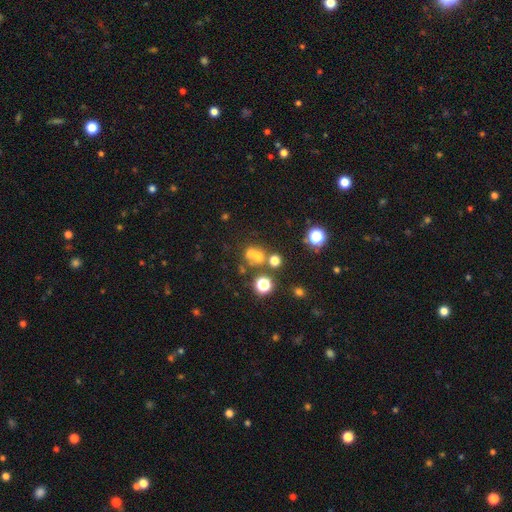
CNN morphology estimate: This appears to be a smooth galaxy with no disk features (52%) that is round (64%). Merging: merger (38%, tied with none).